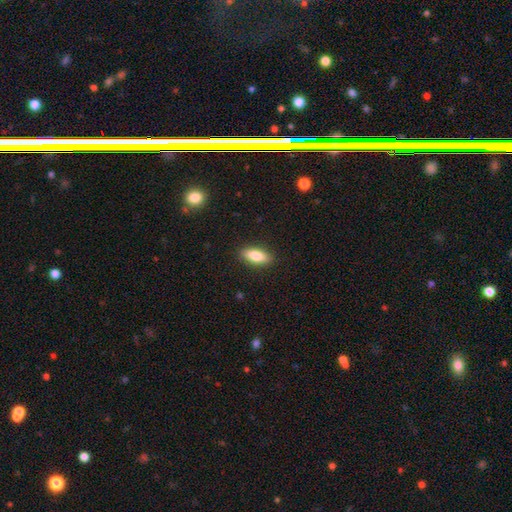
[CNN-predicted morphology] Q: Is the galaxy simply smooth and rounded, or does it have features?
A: smooth — 82%.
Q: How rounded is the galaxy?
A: in between — 76%.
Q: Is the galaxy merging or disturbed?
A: none — 89%.